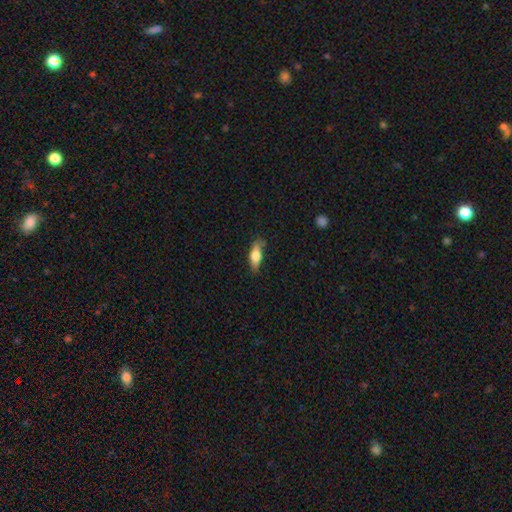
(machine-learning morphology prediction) type=smooth (66%); roundness=in between (64%); merging=none (68%).